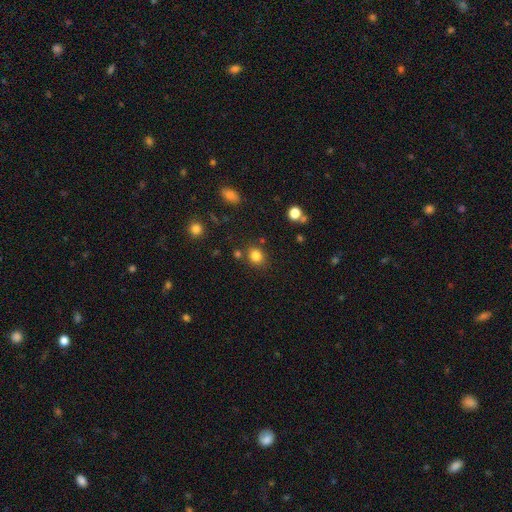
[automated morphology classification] The model was most divided on "how rounded": round: 72%, in between: 27%, cigar-shaped: 1%. More confident: smooth or featured — smooth (82%); merging — none (79%).